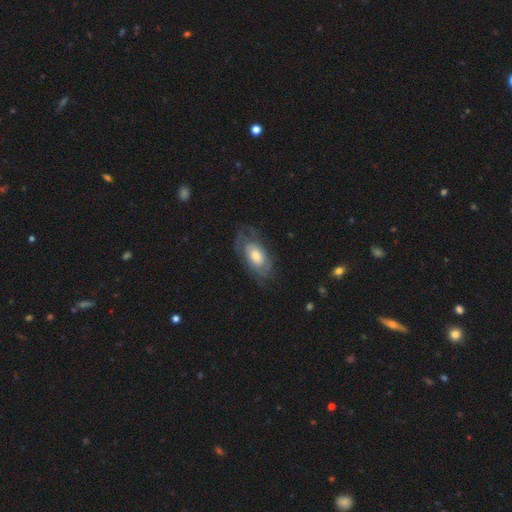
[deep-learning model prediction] Overall: featured or disk (57%; smooth 36%). Edge-on disk: no (92%). Bar: no (78%). Spiral arms: yes (72%). Bulge size: moderate (55%; large 27%). Merging: none (65%).